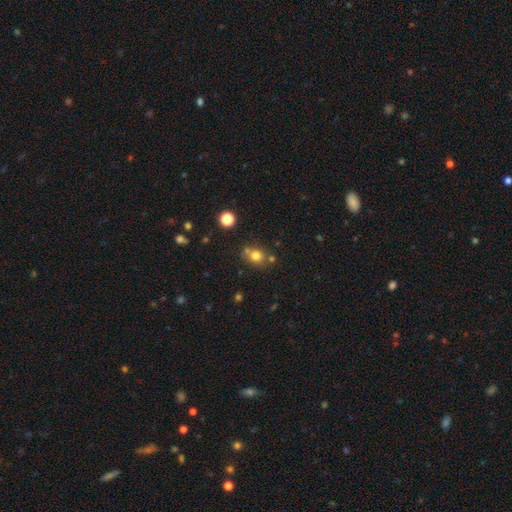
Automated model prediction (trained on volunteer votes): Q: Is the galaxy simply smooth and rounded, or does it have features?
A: smooth — 76%.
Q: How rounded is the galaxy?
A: round — 70%.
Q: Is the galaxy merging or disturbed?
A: none — 64%.